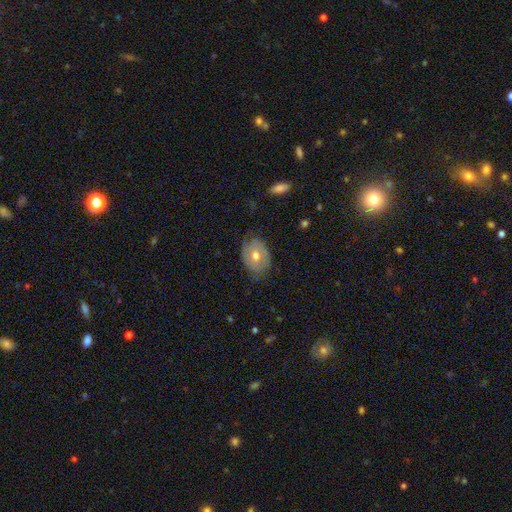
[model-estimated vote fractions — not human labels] Smooth or featured?
  - smooth: 53% *
  - featured or disk: 38%
  - star or artifact: 8%
How rounded?
  - in between: 68% *
  - round: 31%
  - cigar-shaped: 1%
Merging?
  - none: 70% *
  - minor disturbance: 23%
  - major disturbance: 6%
  - merger: 1%